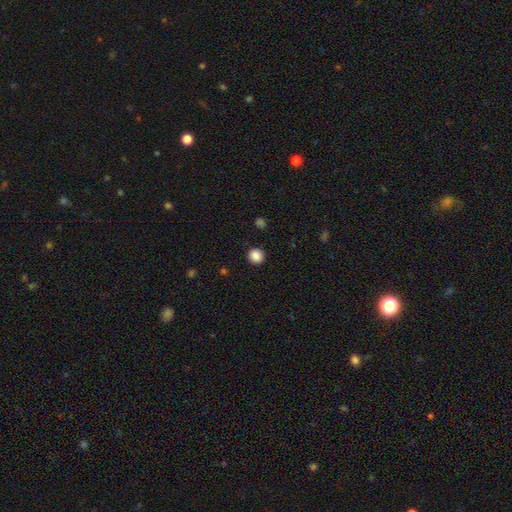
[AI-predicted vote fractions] Smooth or featured?
  - smooth: 87% *
  - star or artifact: 10%
  - featured or disk: 3%
How rounded?
  - round: 90% *
  - in between: 9%
  - cigar-shaped: 1%
Merging?
  - none: 91% *
  - minor disturbance: 6%
  - major disturbance: 2%
  - merger: 1%